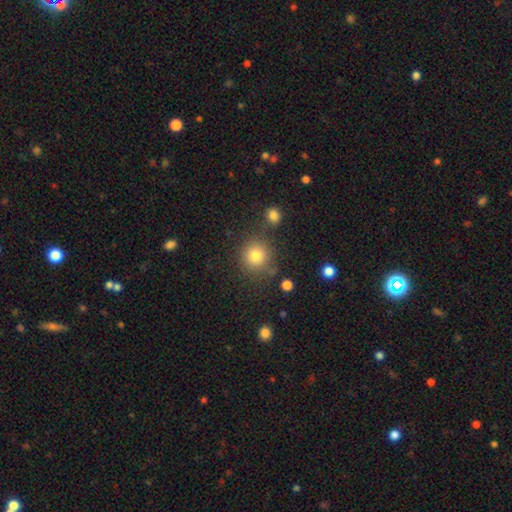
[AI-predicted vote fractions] A smooth galaxy with no disk features (81%) that is round (91%).

Vote fractions:
- Smooth or featured? smooth: 81% / star or artifact: 12% / featured or disk: 7%
- How rounded? round: 91% / in between: 8% / cigar-shaped: 1%
- Merging? none: 79% / minor disturbance: 10% / merger: 7% / major disturbance: 4%